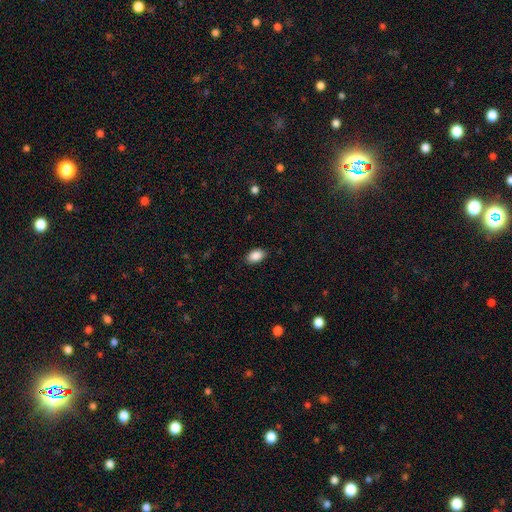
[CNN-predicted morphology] smooth 89%, star or artifact 8%, featured or disk 3%. Down the decision tree: how rounded — in between (92%); merging — none (87%).